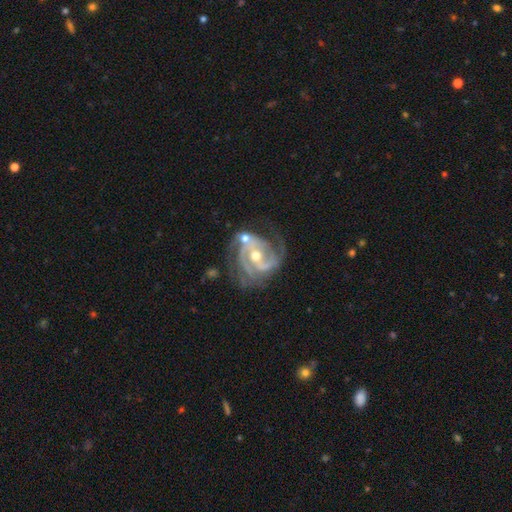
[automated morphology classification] type=featured or disk (91%); edge-on=no (98%); bar=weak (39%); spiral arms=yes (97%); winding=tight (45%); arm count=2 (46%); bulge=moderate (66%); merging=none (55%).